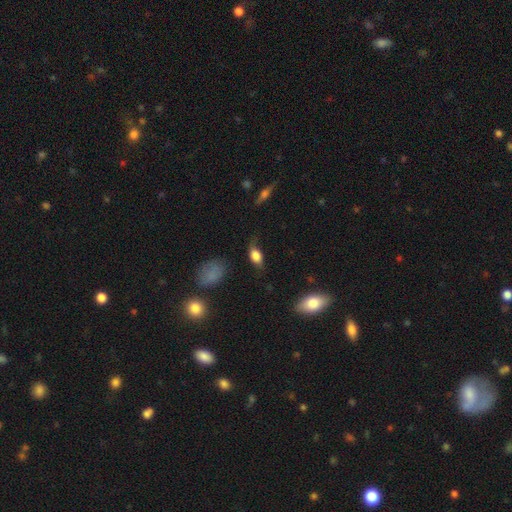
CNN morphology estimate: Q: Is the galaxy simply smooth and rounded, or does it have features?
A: smooth — 76%.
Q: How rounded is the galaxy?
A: in between — 86%.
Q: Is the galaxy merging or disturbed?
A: none — 54%.